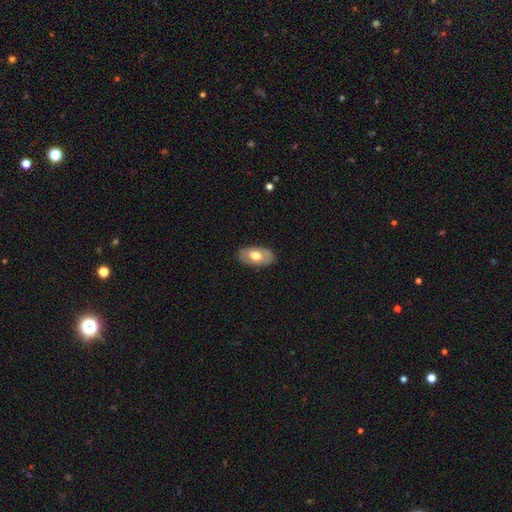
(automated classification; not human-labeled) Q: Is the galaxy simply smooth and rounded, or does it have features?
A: smooth — 53%.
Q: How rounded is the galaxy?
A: in between — 92%.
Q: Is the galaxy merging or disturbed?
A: none — 83%.